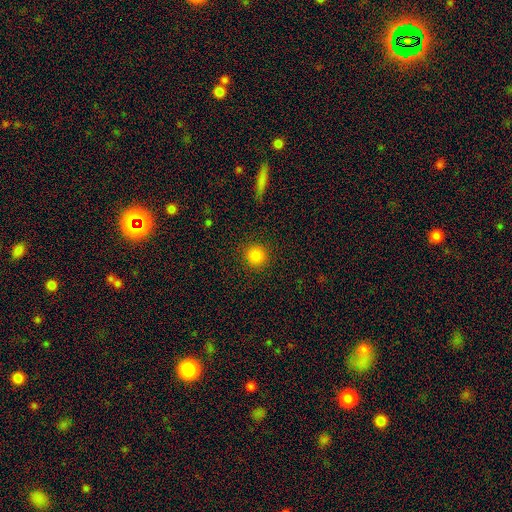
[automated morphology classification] This appears to be a smooth galaxy with no disk features (85%) that is round (94%). Merging: none (91%).